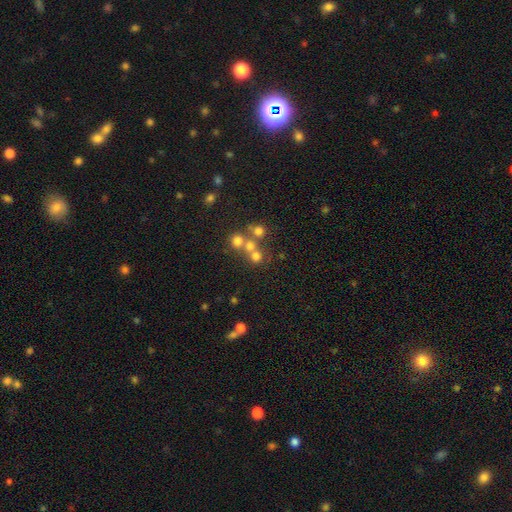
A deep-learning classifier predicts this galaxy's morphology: This appears to be a smooth galaxy with no disk features (64%) that is round (87%). Merging: none (50%).